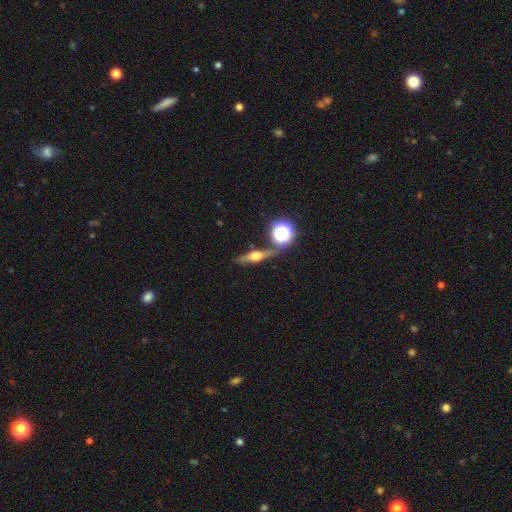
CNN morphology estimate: Q: Smooth or featured?
A: featured or disk (63%); runner-up: smooth (25%)
Q: Edge-on disk?
A: yes (91%); runner-up: no (9%)
Q: Edge-on bulge?
A: rounded (94%); runner-up: boxy (4%)
Q: Merging?
A: none (78%); runner-up: minor disturbance (11%)